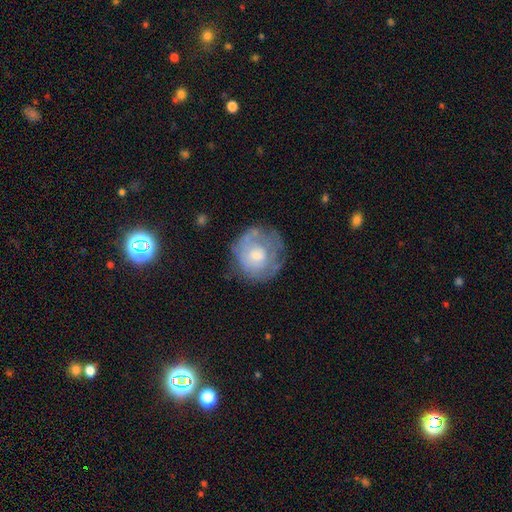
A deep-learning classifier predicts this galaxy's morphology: Overall: smooth (47%; featured or disk 46%). Merging: none (57%; minor disturbance 24%).